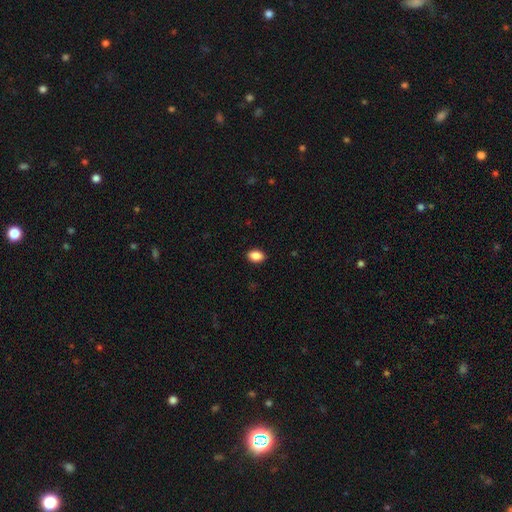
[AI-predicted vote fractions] The model was most divided on "how rounded": in between: 86%, round: 12%, cigar-shaped: 2%. More confident: merging — none (89%); smooth or featured — smooth (89%).